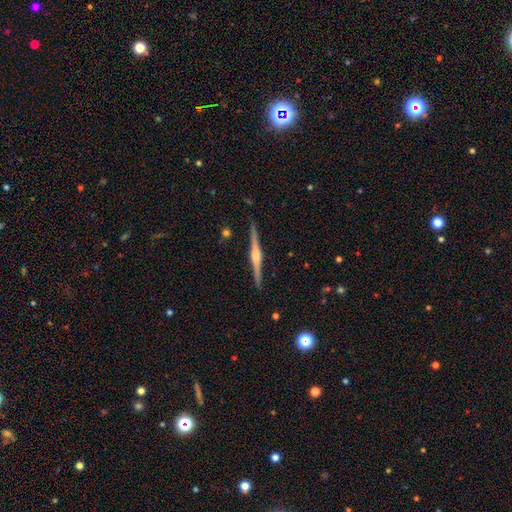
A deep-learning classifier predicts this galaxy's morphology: type=featured or disk (84%); edge-on=yes (99%); edge-on bulge=rounded (84%); merging=none (92%).